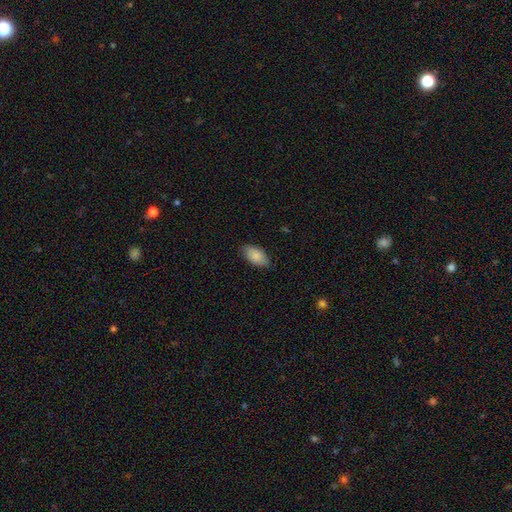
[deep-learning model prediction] Smooth or featured: smooth — 87% (featured or disk — 7%)
How rounded: in between — 94% (round — 3%)
Merging: none — 83% (minor disturbance — 14%)